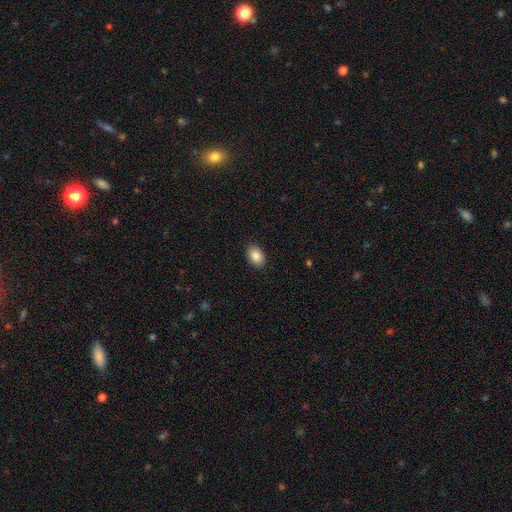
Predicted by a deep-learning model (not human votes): A smooth galaxy with no disk features (87%) that is in between round and cigar-shaped (83%). Merging: none (89%).